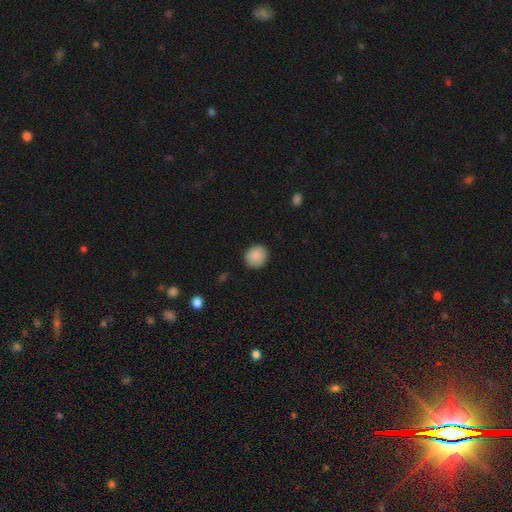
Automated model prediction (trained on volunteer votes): Smooth or featured? smooth (89%)
How rounded? round (86%)
Merging? none (89%)